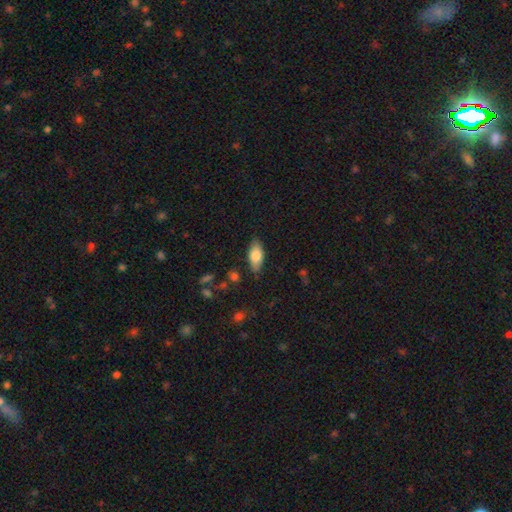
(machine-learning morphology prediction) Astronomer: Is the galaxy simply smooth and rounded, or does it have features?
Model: smooth — 79%.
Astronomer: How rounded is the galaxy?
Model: in between — 86%.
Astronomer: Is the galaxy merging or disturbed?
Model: none — 83%.